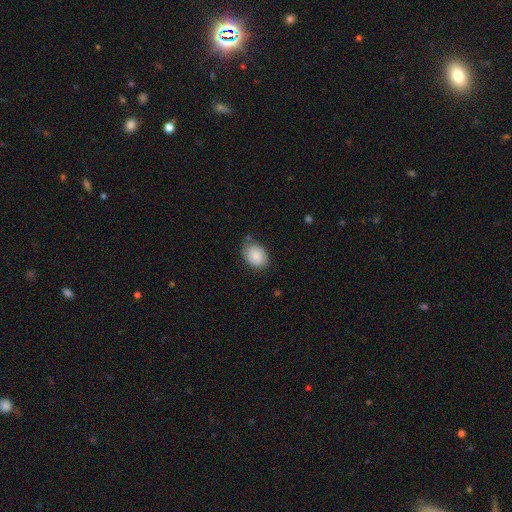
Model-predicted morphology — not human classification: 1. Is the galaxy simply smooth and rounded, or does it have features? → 87% smooth, 7% star or artifact, 7% featured or disk.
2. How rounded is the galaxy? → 76% in between, 23% round, 1% cigar-shaped.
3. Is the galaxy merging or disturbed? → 77% none, 17% minor disturbance, 3% major disturbance, 2% merger.